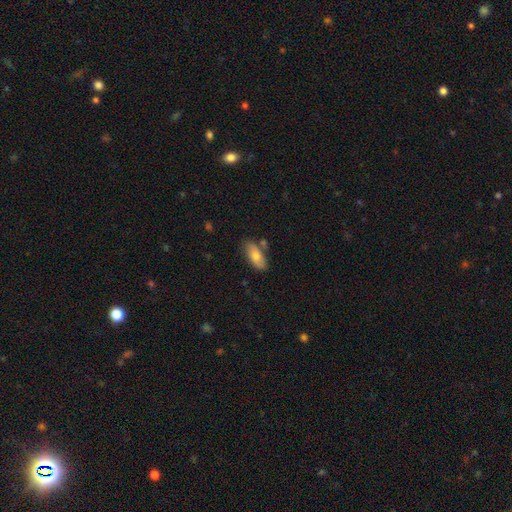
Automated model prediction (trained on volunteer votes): The model was most divided on "smooth or featured": smooth: 72%, featured or disk: 21%, star or artifact: 6%. More confident: how rounded — in between (86%); merging — none (75%).